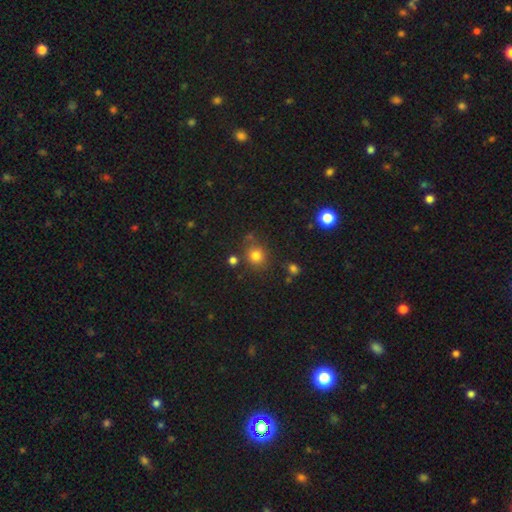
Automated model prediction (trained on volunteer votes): Smooth or featured?
  - smooth: 78% *
  - star or artifact: 15%
  - featured or disk: 7%
How rounded?
  - round: 82% *
  - in between: 17%
  - cigar-shaped: 1%
Merging?
  - none: 76% *
  - minor disturbance: 12%
  - merger: 8%
  - major disturbance: 4%